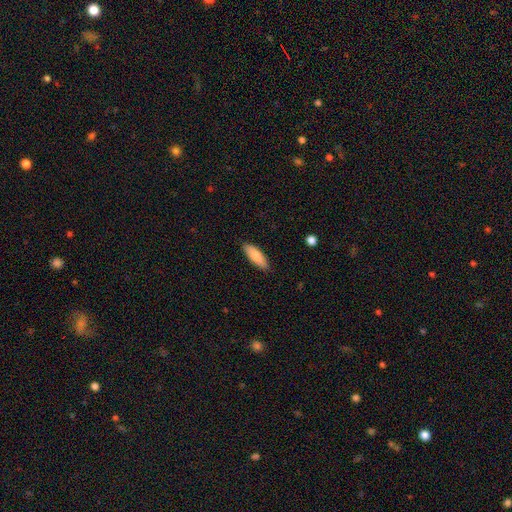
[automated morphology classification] smooth-or-featured: smooth: 82% | featured or disk: 12% | star or artifact: 6%
  how-rounded: in between: 57% | cigar-shaped: 41% | round: 2%
  merging: none: 88% | minor disturbance: 9% | major disturbance: 2% | merger: 1%